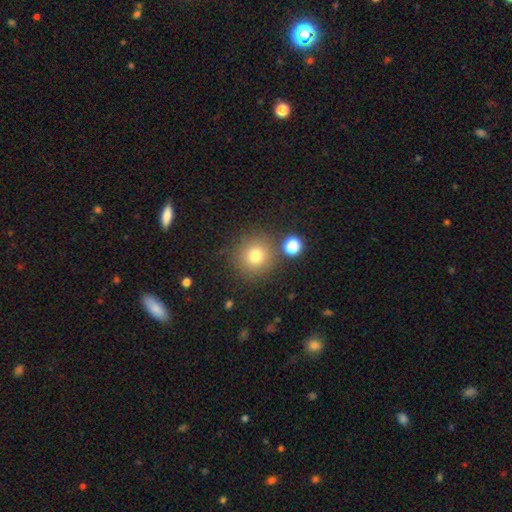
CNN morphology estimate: Smooth or featured? Predicted: smooth (p=0.76). How rounded? Predicted: round (p=0.93). Merging? Predicted: none (p=0.82).